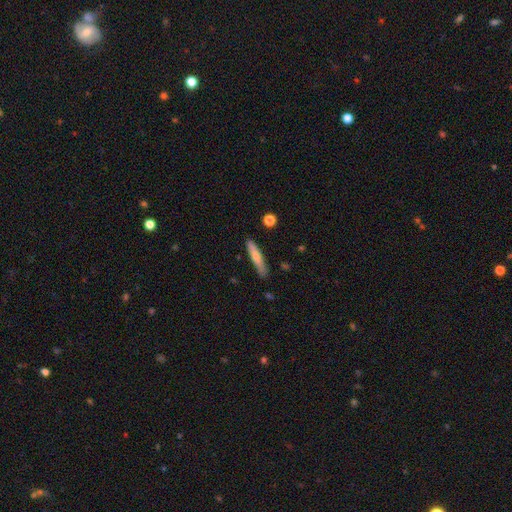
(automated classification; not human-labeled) Smooth or featured: smooth — 57% (featured or disk — 36%)
How rounded: cigar-shaped — 91% (in between — 8%)
Merging: none — 86% (minor disturbance — 11%)